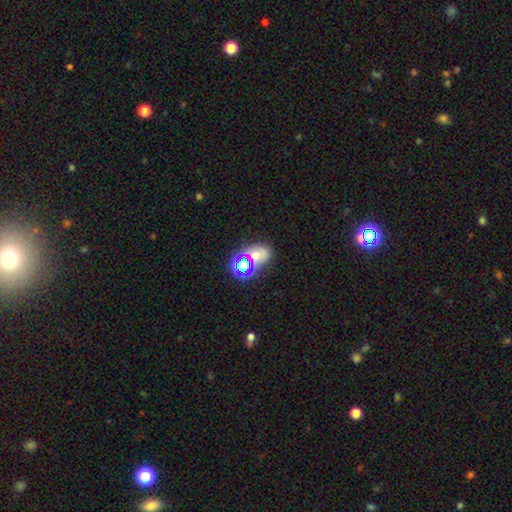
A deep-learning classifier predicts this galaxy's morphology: smooth 44%, star or artifact 35%, featured or disk 21%. Down the decision tree: merging — none (50%).